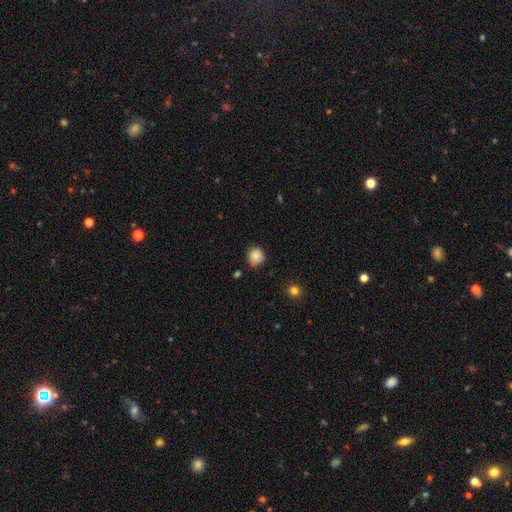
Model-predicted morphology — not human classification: Q: Smooth or featured?
A: smooth (85%); runner-up: star or artifact (10%)
Q: How rounded?
A: round (88%); runner-up: in between (11%)
Q: Merging?
A: none (79%); runner-up: minor disturbance (17%)